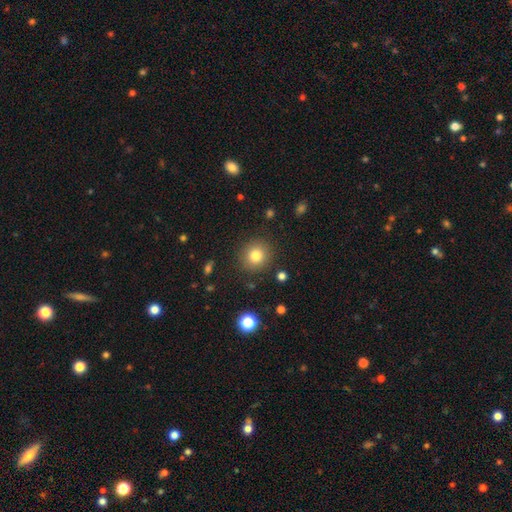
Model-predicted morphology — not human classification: This is likely a smooth galaxy (80%). How rounded: clearly round (90%). Merging: clearly none (88%).